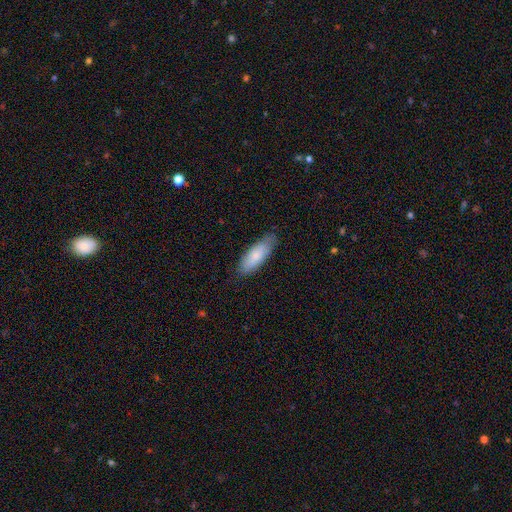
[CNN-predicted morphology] This is clearly a smooth galaxy (80%). How rounded: likely in between (64%). Merging: likely none (78%).